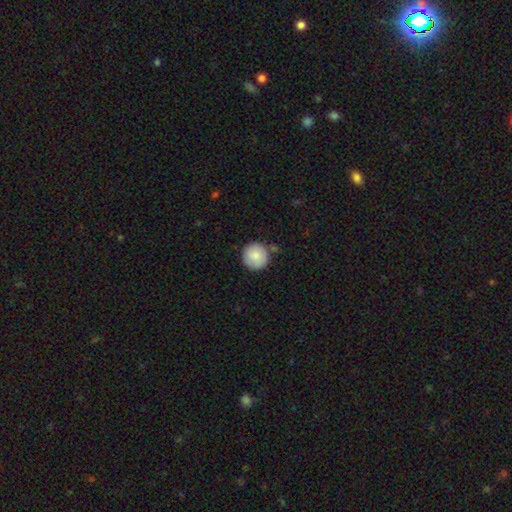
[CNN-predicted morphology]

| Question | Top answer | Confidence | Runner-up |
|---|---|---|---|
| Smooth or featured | smooth | 86% | featured or disk (7%) |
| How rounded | round | 95% | in between (4%) |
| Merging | none | 82% | minor disturbance (12%) |